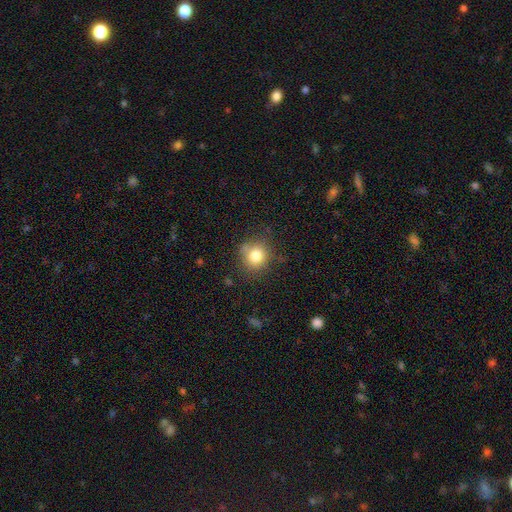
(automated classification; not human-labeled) Overall: smooth (80%). How rounded: round (85%). Merging: none (76%).